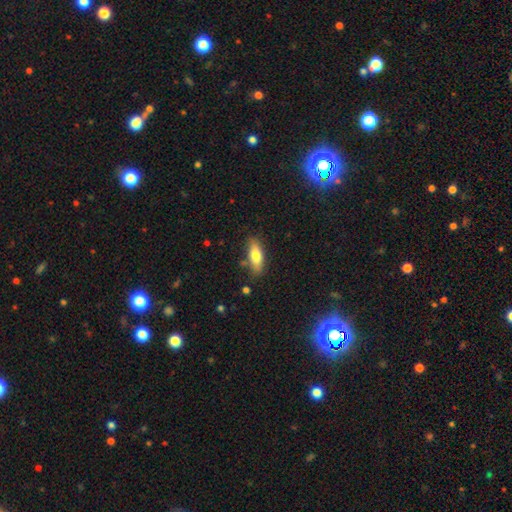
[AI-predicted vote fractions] Smooth or featured: smooth — 75% (featured or disk — 18%)
How rounded: in between — 63% (cigar-shaped — 35%)
Merging: none — 79% (minor disturbance — 14%)